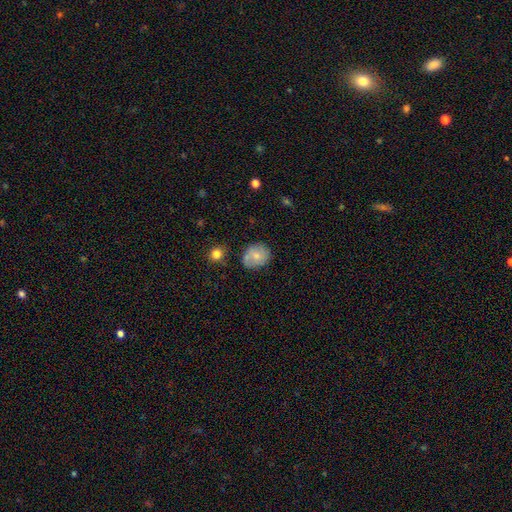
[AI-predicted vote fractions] Morphology: type=smooth (70%); roundness=round (63%); merging=none (67%).